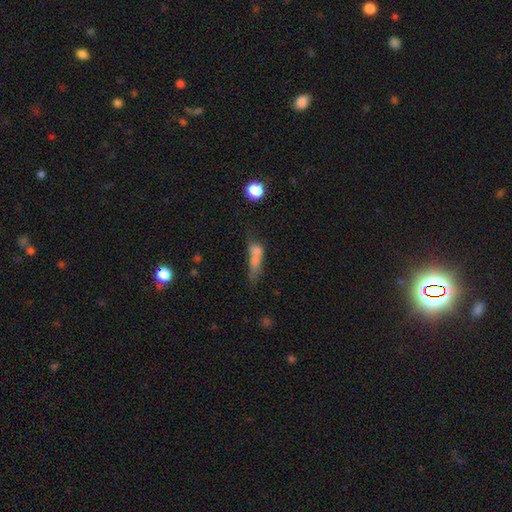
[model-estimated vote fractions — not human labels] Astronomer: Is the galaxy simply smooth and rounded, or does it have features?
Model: smooth — 64%.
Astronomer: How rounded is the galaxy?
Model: cigar-shaped — 44%, tied with in between at 44%.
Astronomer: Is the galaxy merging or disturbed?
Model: merger — 38% (runner-up: none, 24%).